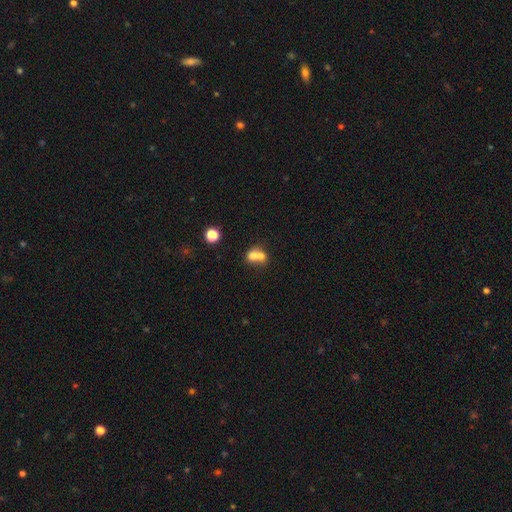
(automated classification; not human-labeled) smooth-or-featured: smooth: 69% | featured or disk: 19% | star or artifact: 12%
  how-rounded: round: 52% | in between: 46% | cigar-shaped: 2%
  merging: merger: 68% | none: 22% | minor disturbance: 6% | major disturbance: 4%